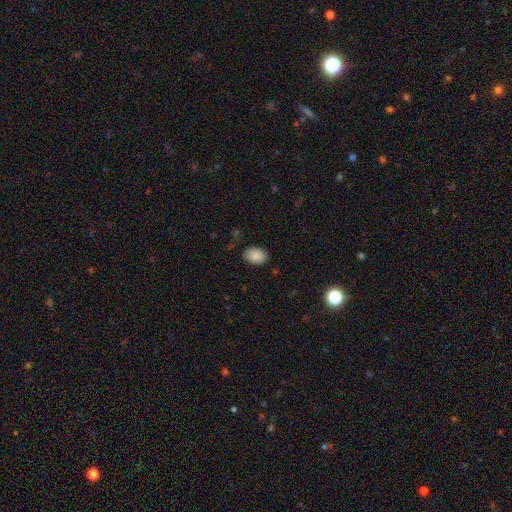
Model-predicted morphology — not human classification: A smooth galaxy with no disk features (89%) that is in between round and cigar-shaped (79%). Merging: none (84%).